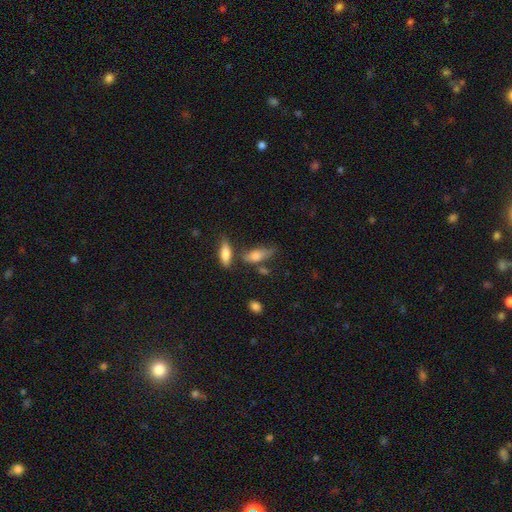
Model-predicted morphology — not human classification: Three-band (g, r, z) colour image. It shows a smooth galaxy with no disk features (73%) that is in between round and cigar-shaped (68%). Merging: none (46%).